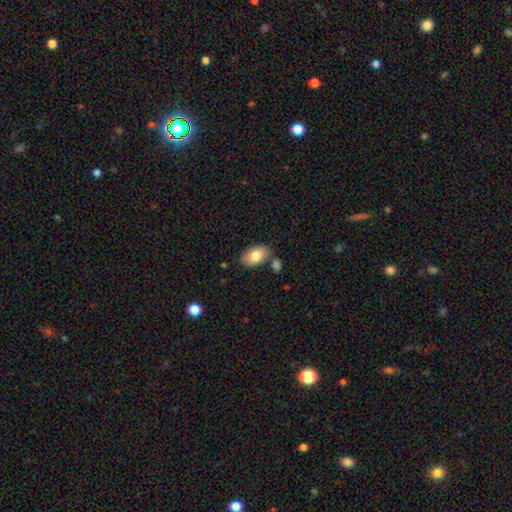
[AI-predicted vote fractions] Smooth or featured?
  - smooth: 81% *
  - featured or disk: 12%
  - star or artifact: 6%
How rounded?
  - in between: 92% *
  - round: 7%
  - cigar-shaped: 1%
Merging?
  - none: 71% *
  - minor disturbance: 14%
  - merger: 11%
  - major disturbance: 4%